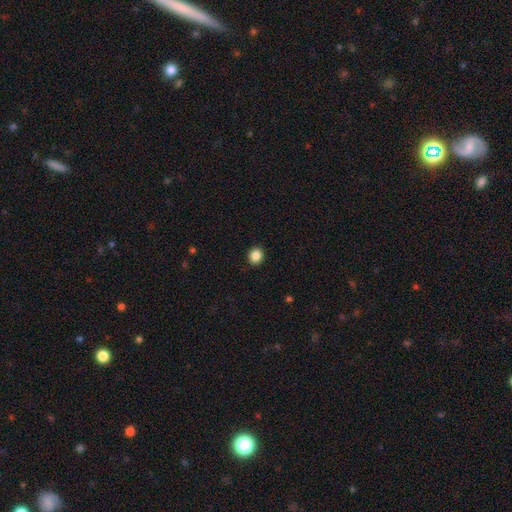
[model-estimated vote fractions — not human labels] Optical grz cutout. It shows a smooth galaxy with no disk features (86%) that is round (75%). Merging: none (92%).